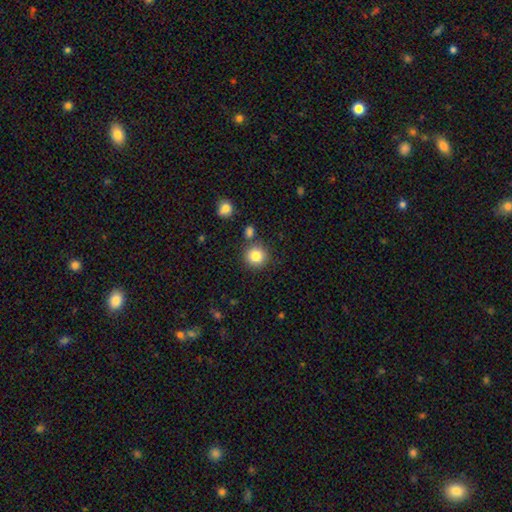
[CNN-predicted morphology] The model was most divided on "merging": none: 81%, minor disturbance: 8%, merger: 8%, major disturbance: 3%. More confident: how rounded — round (92%); smooth or featured — smooth (84%).